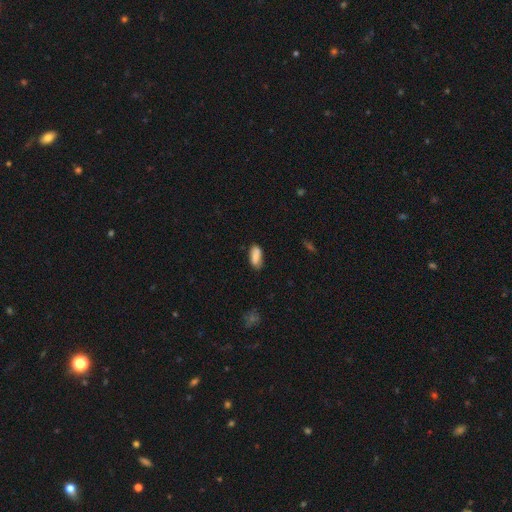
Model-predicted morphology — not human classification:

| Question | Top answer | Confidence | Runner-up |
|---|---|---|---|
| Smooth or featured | smooth | 85% | featured or disk (8%) |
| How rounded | in between | 85% | cigar-shaped (12%) |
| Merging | none | 72% | minor disturbance (20%) |